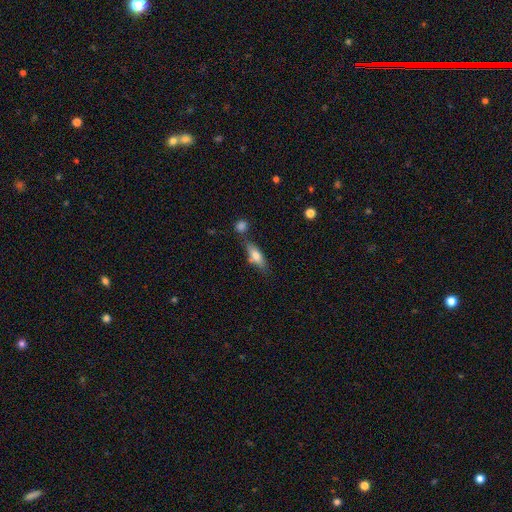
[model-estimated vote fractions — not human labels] smooth_or_featured: smooth (p=0.66) [alt: featured or disk p=0.27]
how_rounded: in between (p=0.52) [alt: cigar-shaped p=0.45]
merging: none (p=0.62) [alt: minor disturbance p=0.18]